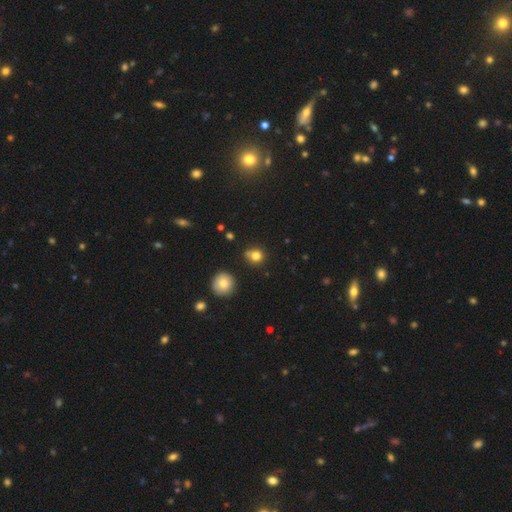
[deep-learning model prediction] smooth_or_featured: smooth (p=0.78) [alt: star or artifact p=0.14]
how_rounded: round (p=0.85) [alt: in between p=0.14]
merging: none (p=0.70) [alt: minor disturbance p=0.15]